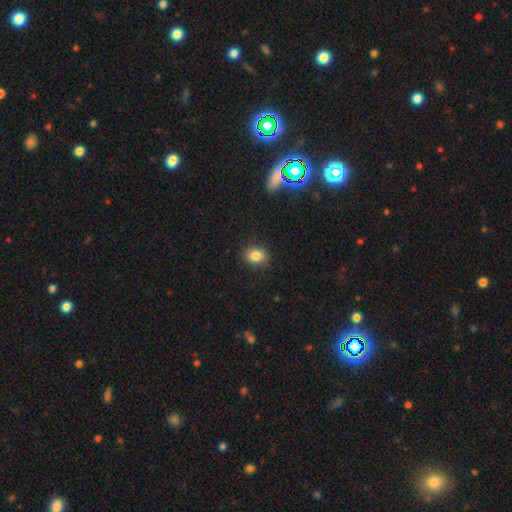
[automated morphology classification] Smooth or featured: smooth — 83% (star or artifact — 11%)
How rounded: round — 54% (in between — 45%)
Merging: none — 88% (minor disturbance — 9%)